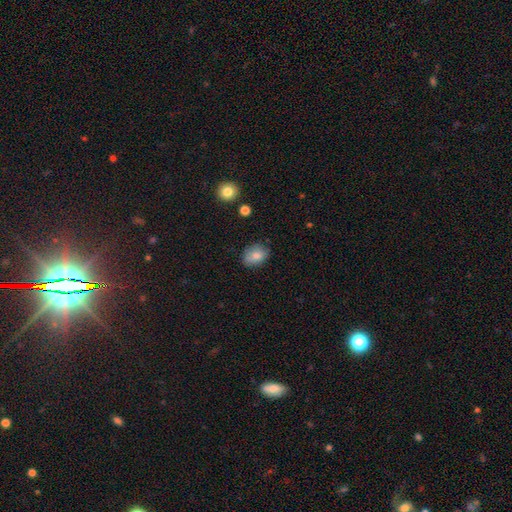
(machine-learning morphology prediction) smooth_or_featured: smooth (p=0.81) [alt: featured or disk p=0.11]
how_rounded: in between (p=0.66) [alt: round p=0.33]
merging: none (p=0.78) [alt: minor disturbance p=0.17]